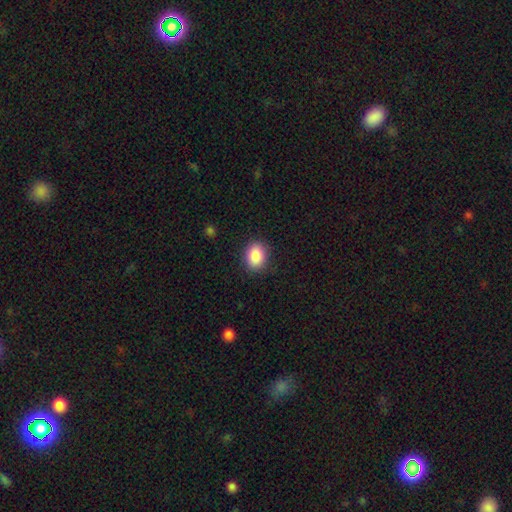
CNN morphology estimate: A smooth galaxy with no disk features (87%) that is in between round and cigar-shaped (64%).

Vote fractions:
- Smooth or featured? smooth: 87% / star or artifact: 8% / featured or disk: 5%
- How rounded? in between: 64% / round: 35% / cigar-shaped: 1%
- Merging? none: 87% / minor disturbance: 9% / major disturbance: 3% / merger: 1%